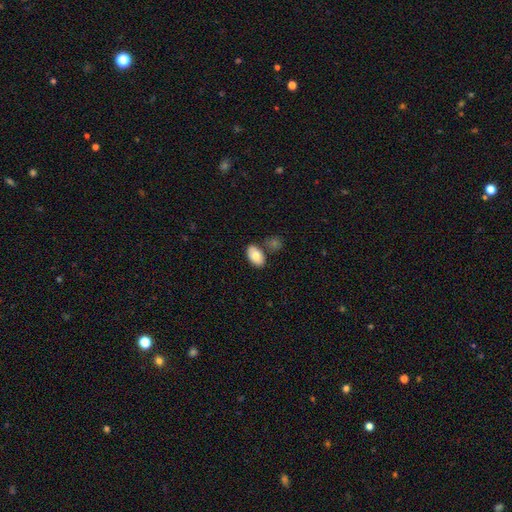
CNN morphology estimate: Q: Smooth or featured?
A: smooth (76%); runner-up: featured or disk (18%)
Q: How rounded?
A: in between (93%); runner-up: round (5%)
Q: Merging?
A: none (72%); runner-up: minor disturbance (13%)